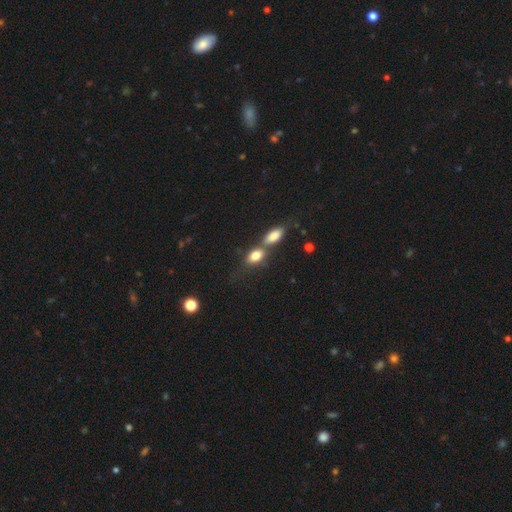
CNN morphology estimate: smooth_or_featured: smooth (p=0.80) [alt: featured or disk p=0.11]
how_rounded: in between (p=0.83) [alt: round p=0.11]
merging: merger (p=0.49) [alt: none p=0.35]